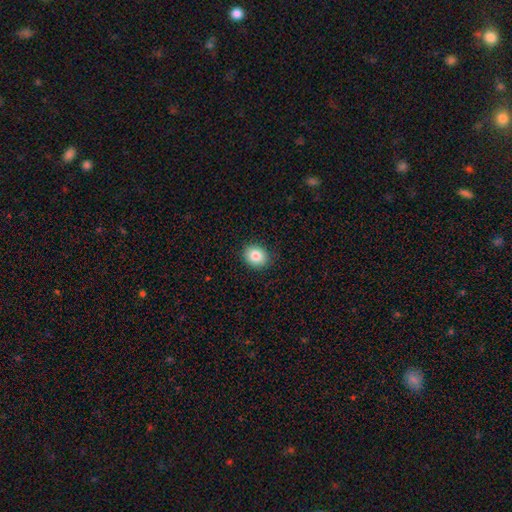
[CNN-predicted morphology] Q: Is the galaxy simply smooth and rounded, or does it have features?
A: smooth — 84%.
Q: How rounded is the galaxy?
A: round — 59%.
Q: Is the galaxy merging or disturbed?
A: none — 90%.